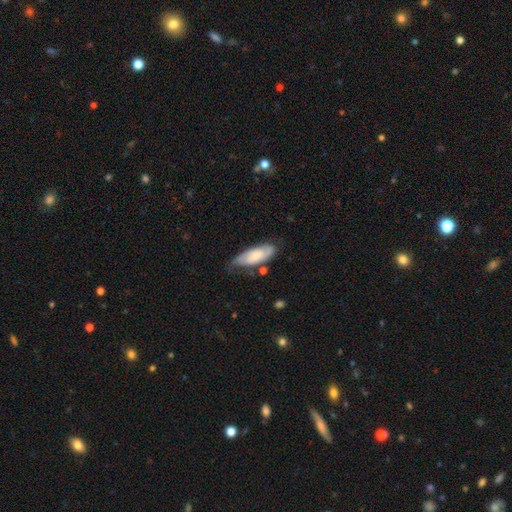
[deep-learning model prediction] Q: Smooth or featured?
A: featured or disk (47%); runner-up: smooth (46%)
Q: Merging?
A: none (62%); runner-up: minor disturbance (27%)